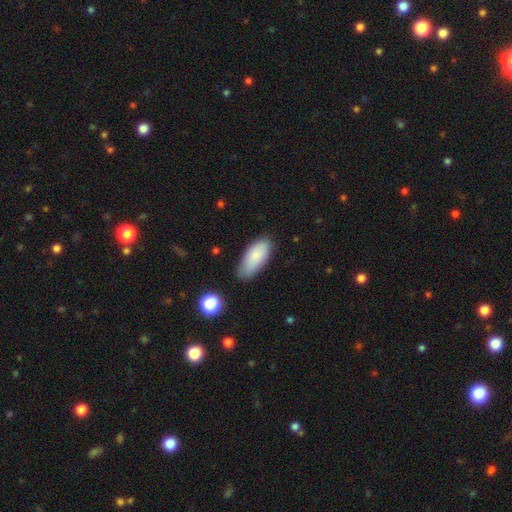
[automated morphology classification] Smooth or featured? Predicted: smooth (p=0.85). How rounded? Predicted: in between (p=0.87). Merging? Predicted: none (p=0.76).